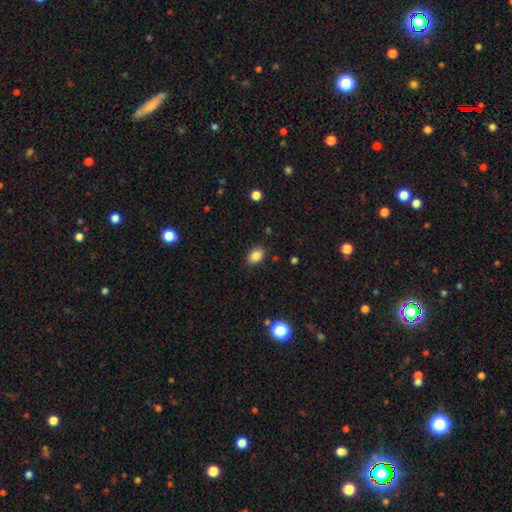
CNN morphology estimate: The model was most divided on "how rounded": in between: 79%, round: 20%, cigar-shaped: 1%. More confident: smooth or featured — smooth (86%); merging — none (85%).